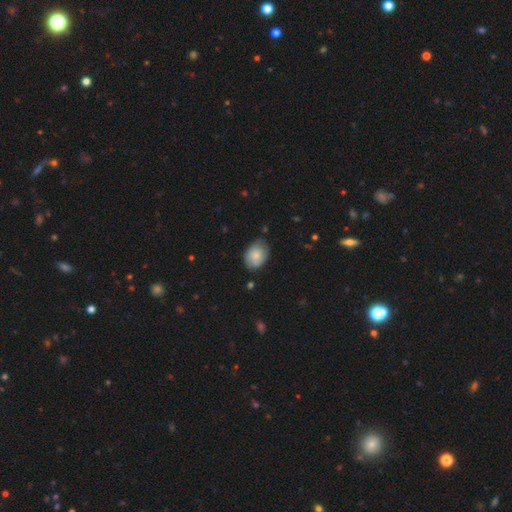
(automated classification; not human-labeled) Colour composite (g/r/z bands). It shows a smooth galaxy with no disk features (69%) that is in between round and cigar-shaped (72%). Merging: none (71%).